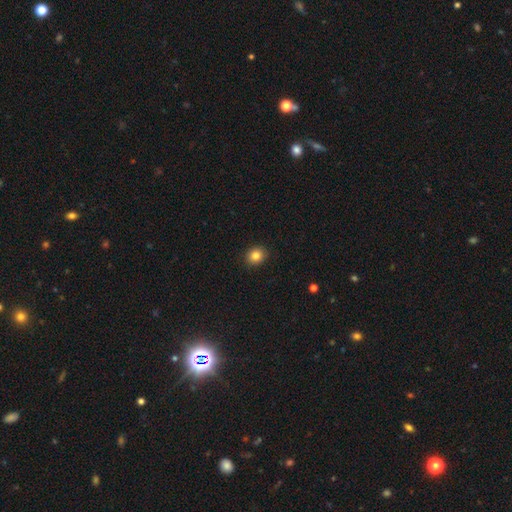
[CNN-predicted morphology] smooth-or-featured: smooth: 84% | star or artifact: 10% | featured or disk: 6%
  how-rounded: round: 68% | in between: 31% | cigar-shaped: 1%
  merging: none: 90% | minor disturbance: 7% | major disturbance: 2% | merger: 1%